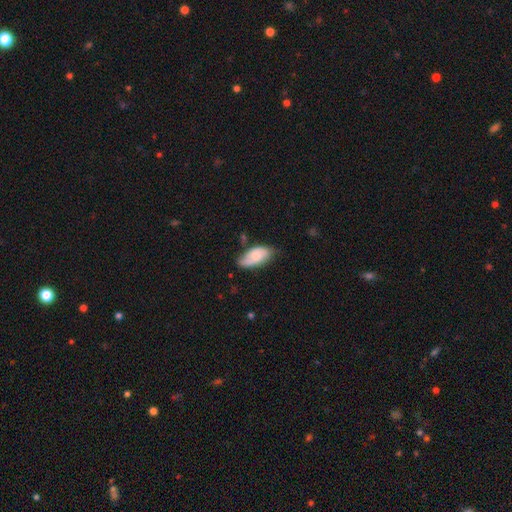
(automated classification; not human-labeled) Overall: smooth (59%; featured or disk 34%). How rounded: in between (92%). Merging: none (62%; minor disturbance 29%).